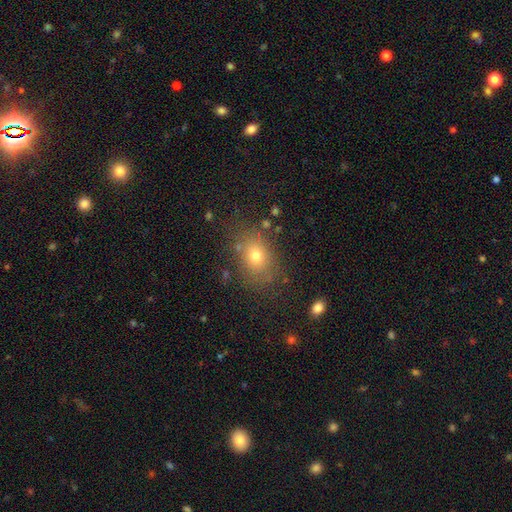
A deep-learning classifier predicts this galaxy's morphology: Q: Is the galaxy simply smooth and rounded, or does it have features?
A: smooth — 72%.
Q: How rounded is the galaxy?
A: in between — 61%.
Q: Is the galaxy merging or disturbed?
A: none — 78%.